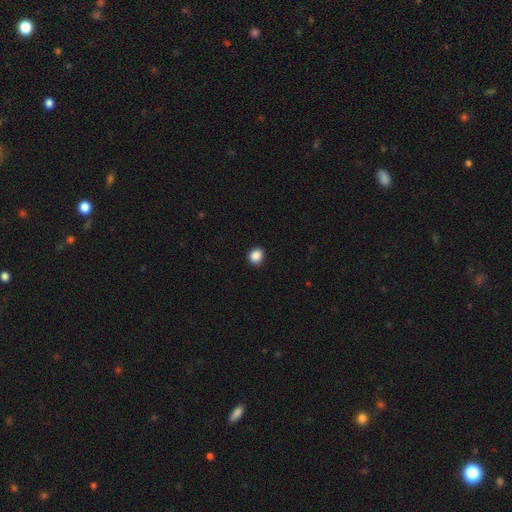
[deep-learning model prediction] This appears to be a smooth galaxy with no disk features (88%) that is round (63%). Merging: none (86%).